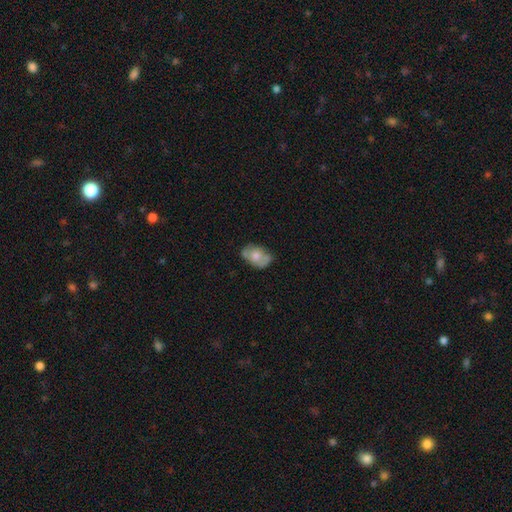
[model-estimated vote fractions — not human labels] This appears to be a smooth galaxy with no disk features (59%) that is in between round and cigar-shaped (83%). Merging: none (61%).